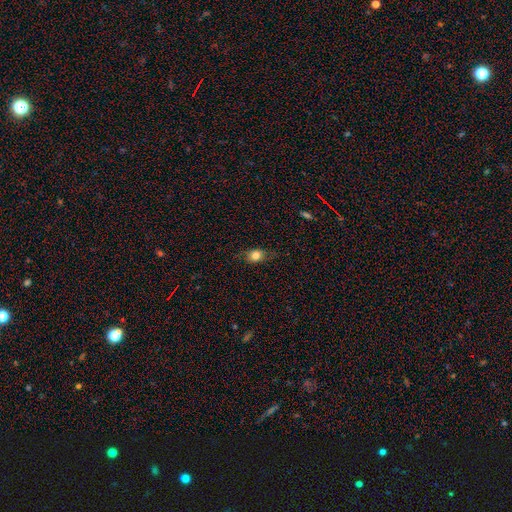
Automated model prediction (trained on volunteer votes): The model was most divided on "how rounded": in between: 55%, round: 40%, cigar-shaped: 5%. More confident: smooth or featured — smooth (73%); merging — none (71%).